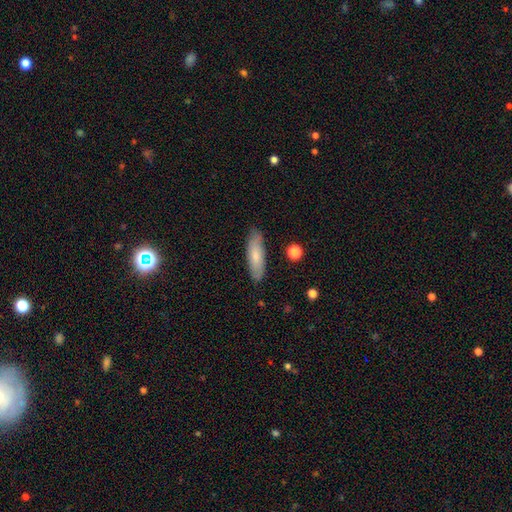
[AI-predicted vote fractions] Morphology: type=smooth (73%); roundness=cigar-shaped (53%); merging=none (85%).